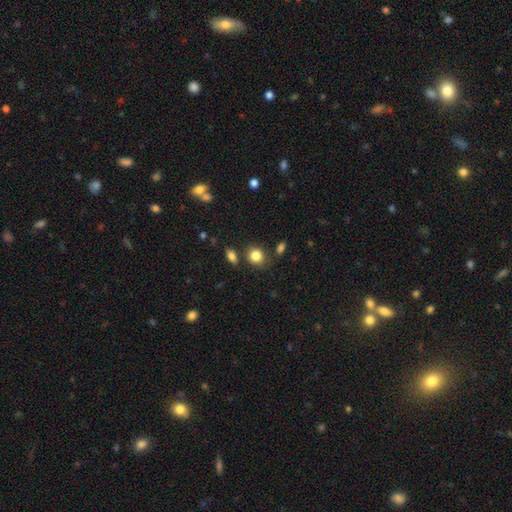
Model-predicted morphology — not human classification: Smooth or featured? smooth (84%)
How rounded? round (66%)
Merging? none (75%)